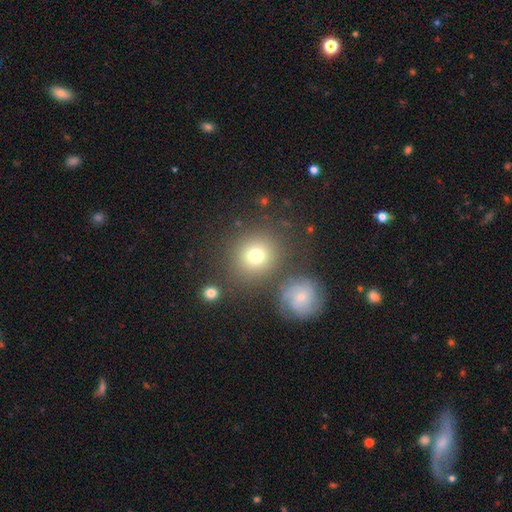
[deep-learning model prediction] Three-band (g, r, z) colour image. It shows a smooth galaxy with no disk features (76%) that is round (86%). Merging: none (77%).